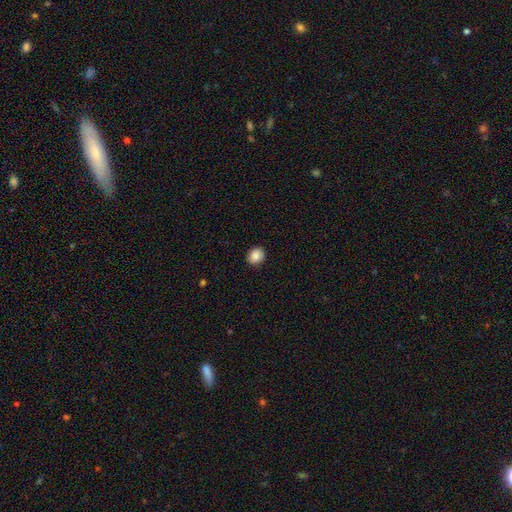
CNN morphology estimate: Q: Smooth or featured?
A: smooth (87%); runner-up: star or artifact (8%)
Q: How rounded?
A: round (61%); runner-up: in between (38%)
Q: Merging?
A: none (90%); runner-up: minor disturbance (7%)